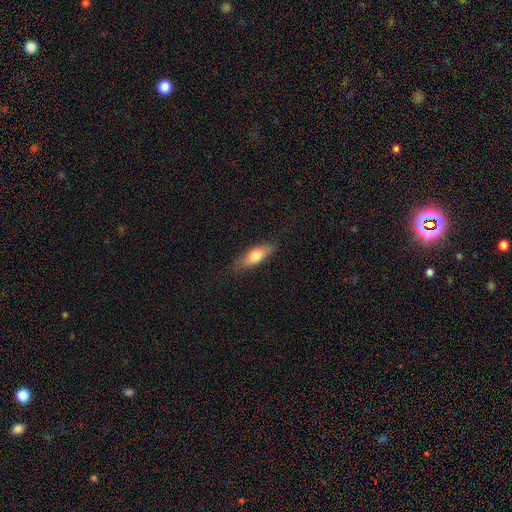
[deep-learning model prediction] Smooth or featured?
  - smooth: 70% *
  - featured or disk: 24%
  - star or artifact: 6%
How rounded?
  - in between: 57% *
  - cigar-shaped: 41%
  - round: 3%
Merging?
  - none: 83% *
  - minor disturbance: 13%
  - major disturbance: 3%
  - merger: 1%